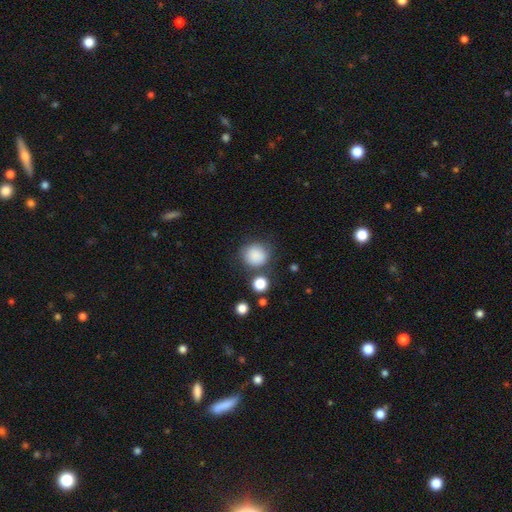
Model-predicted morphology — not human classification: Smooth or featured? smooth (86%)
How rounded? round (87%)
Merging? none (75%)